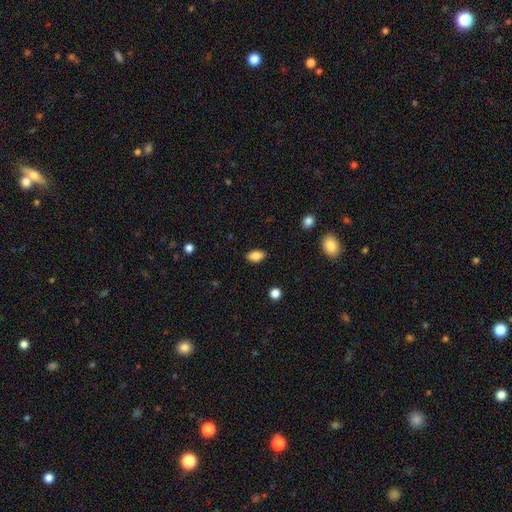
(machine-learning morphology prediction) type=smooth (86%); roundness=in between (89%); merging=none (88%).